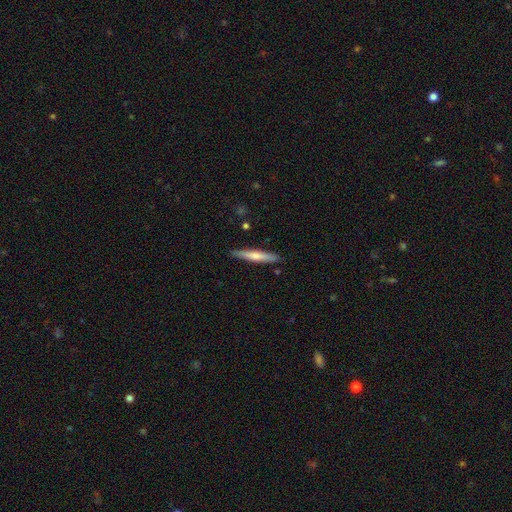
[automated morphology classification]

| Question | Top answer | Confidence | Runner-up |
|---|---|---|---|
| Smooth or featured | smooth | 56% | featured or disk (38%) |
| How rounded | cigar-shaped | 93% | in between (6%) |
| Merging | none | 89% | minor disturbance (8%) |